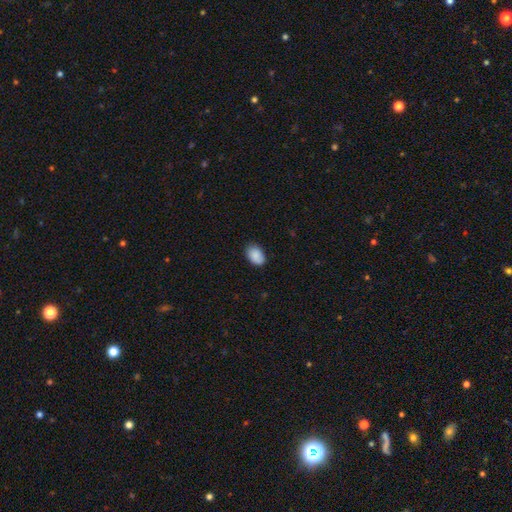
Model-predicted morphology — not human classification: This is clearly a smooth galaxy (89%). How rounded: clearly in between (87%). Merging: clearly none (81%).